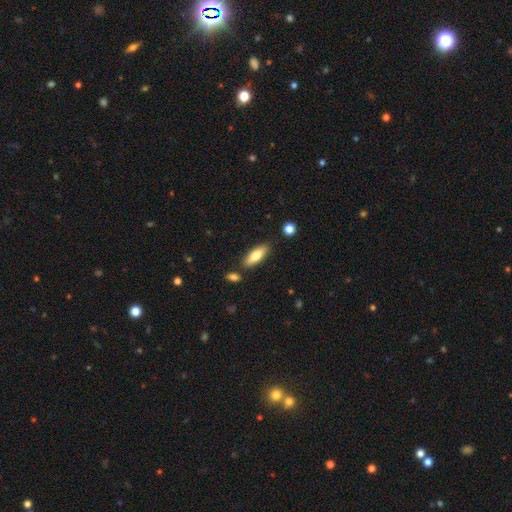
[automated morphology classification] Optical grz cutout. It shows a smooth galaxy with no disk features (73%) that is in between round and cigar-shaped (60%). Merging: none (83%).